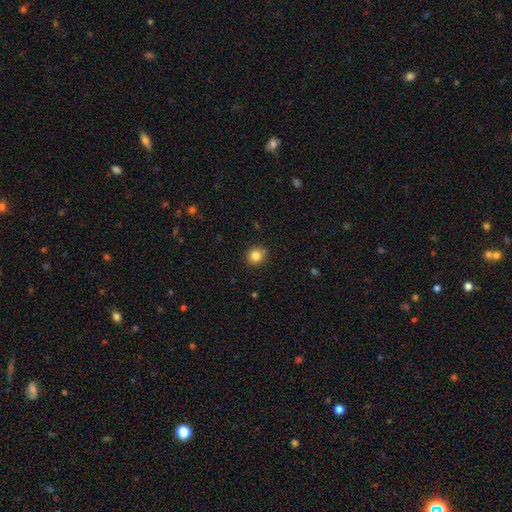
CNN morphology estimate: This appears to be a smooth galaxy with no disk features (84%) that is round (86%). Merging: none (86%).